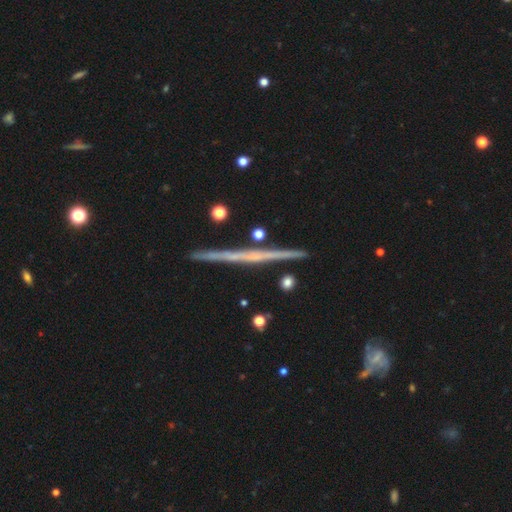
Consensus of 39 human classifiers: Morphology: type=featured or disk (85%); edge-on=yes (100%); edge-on bulge=none (76%); merging=none (94%).